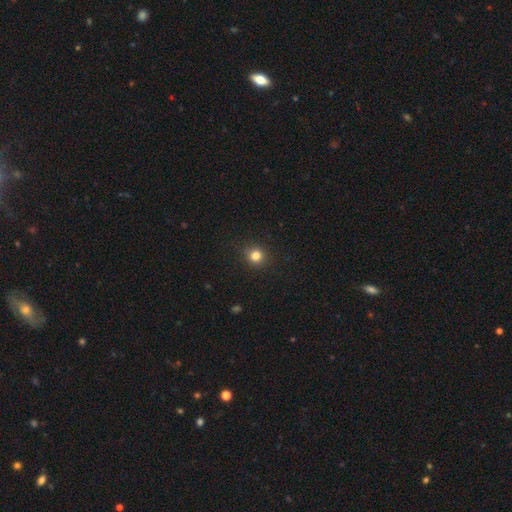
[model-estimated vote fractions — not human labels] Smooth or featured? Predicted: smooth (p=0.82). How rounded? Predicted: round (p=0.90). Merging? Predicted: none (p=0.89).